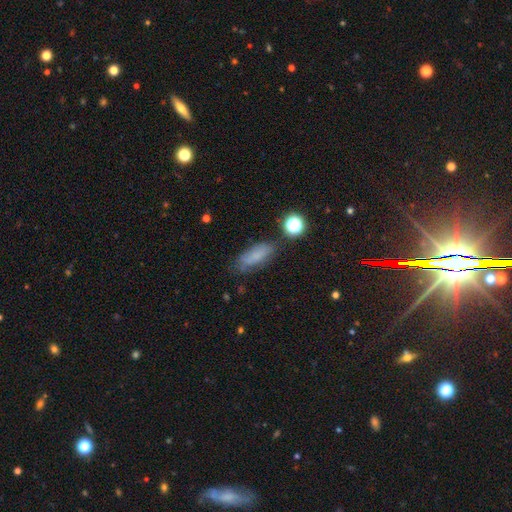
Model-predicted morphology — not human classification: This is likely a smooth galaxy (70%). How rounded: likely in between (71%). Merging: likely none (66%).